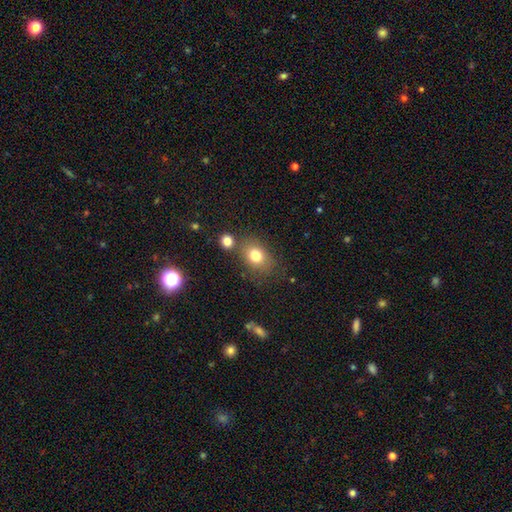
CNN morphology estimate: Smooth or featured: smooth — 78% (featured or disk — 11%)
How rounded: in between — 64% (round — 35%)
Merging: none — 67% (minor disturbance — 15%)